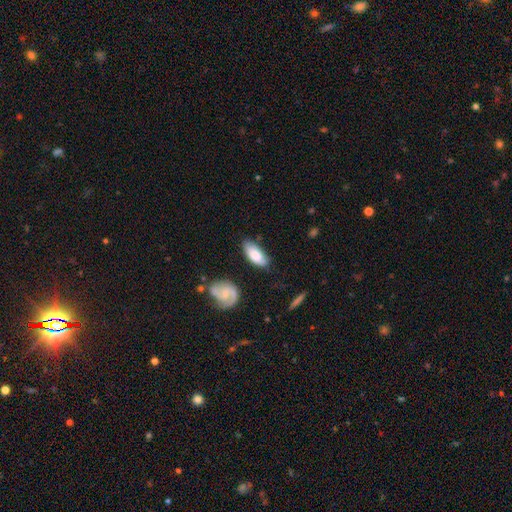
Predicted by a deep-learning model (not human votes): Smooth or featured: smooth — 71% (featured or disk — 23%)
How rounded: in between — 85% (cigar-shaped — 13%)
Merging: none — 66% (minor disturbance — 23%)